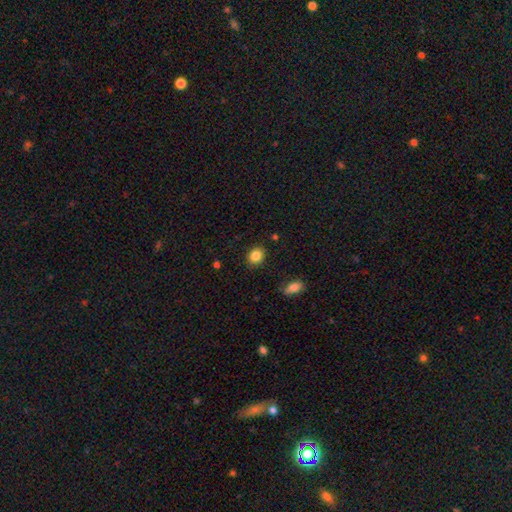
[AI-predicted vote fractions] smooth-or-featured: smooth: 85% | star or artifact: 9% | featured or disk: 5%
  how-rounded: round: 61% | in between: 38% | cigar-shaped: 1%
  merging: none: 88% | minor disturbance: 8% | major disturbance: 2% | merger: 2%